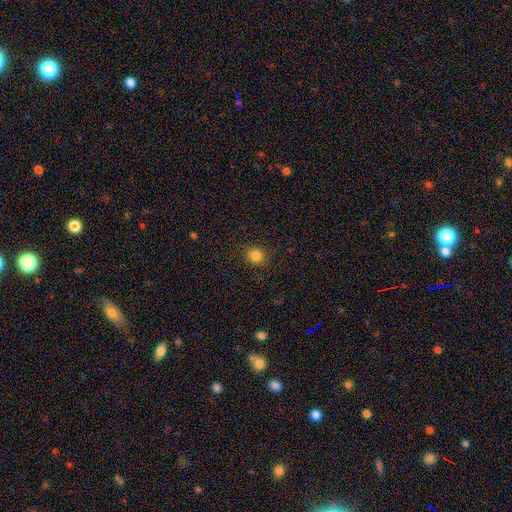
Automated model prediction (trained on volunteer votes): Q: Smooth or featured?
A: smooth (83%); runner-up: star or artifact (12%)
Q: How rounded?
A: round (86%); runner-up: in between (13%)
Q: Merging?
A: none (88%); runner-up: minor disturbance (9%)